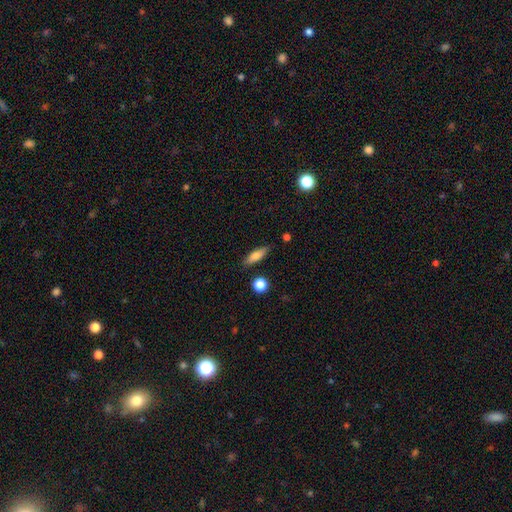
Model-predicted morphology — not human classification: A smooth galaxy with no disk features (71%) that is cigar-shaped (56%).

Vote fractions:
- Smooth or featured? smooth: 71% / featured or disk: 21% / star or artifact: 7%
- How rounded? cigar-shaped: 56% / in between: 40% / round: 3%
- Merging? none: 85% / minor disturbance: 10% / merger: 3% / major disturbance: 2%